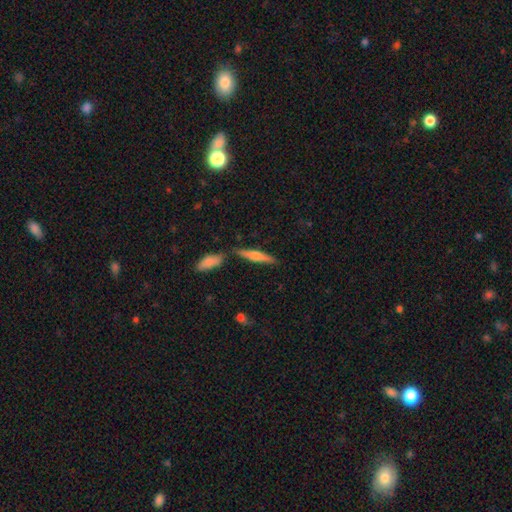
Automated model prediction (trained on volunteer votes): Smooth or featured? Predicted: smooth (p=0.54). How rounded? Predicted: cigar-shaped (p=0.86). Merging? Predicted: none (p=0.74).